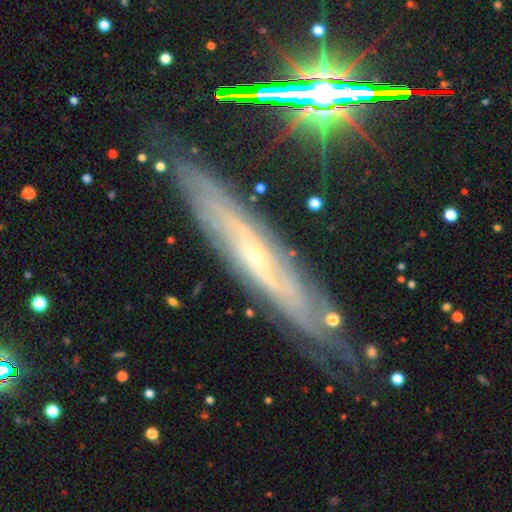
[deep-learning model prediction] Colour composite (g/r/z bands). It shows a featured or disk galaxy (74%) viewed edge-on (67%). Merging: none (80%).